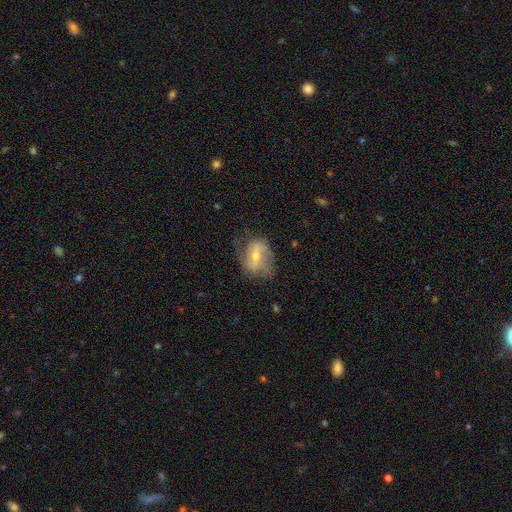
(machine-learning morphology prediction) This is likely a featured or disk galaxy (74%). It is clearly not viewed edge-on (96%). Bar: possibly weak (46%). Spiral arm pattern: clearly yes (88%). Spiral arm count: likely 2 (78%). Spiral winding: marginally loose (41%). Central bulge: possibly moderate (52%). Merging: likely none (65%).